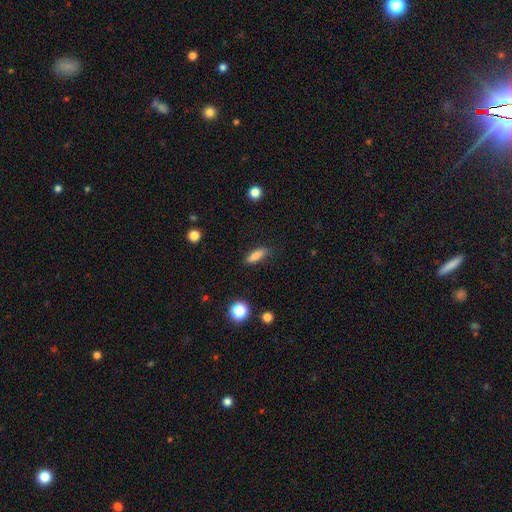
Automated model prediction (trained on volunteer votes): Morphology: type=smooth (81%); roundness=cigar-shaped (55%); merging=none (85%).